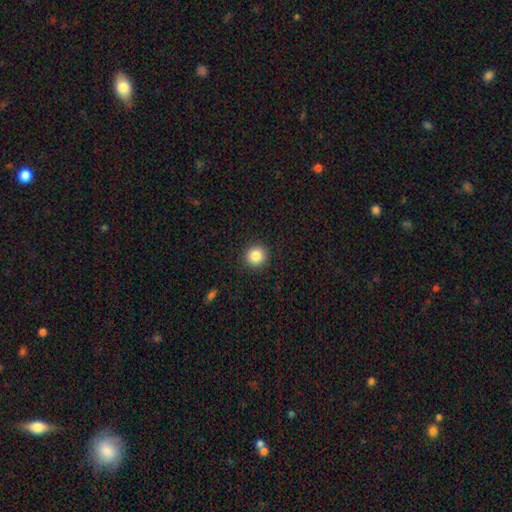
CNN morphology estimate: Smooth or featured?
  - smooth: 86% *
  - star or artifact: 10%
  - featured or disk: 5%
How rounded?
  - round: 93% *
  - in between: 6%
  - cigar-shaped: 1%
Merging?
  - none: 92% *
  - minor disturbance: 5%
  - major disturbance: 2%
  - merger: 1%